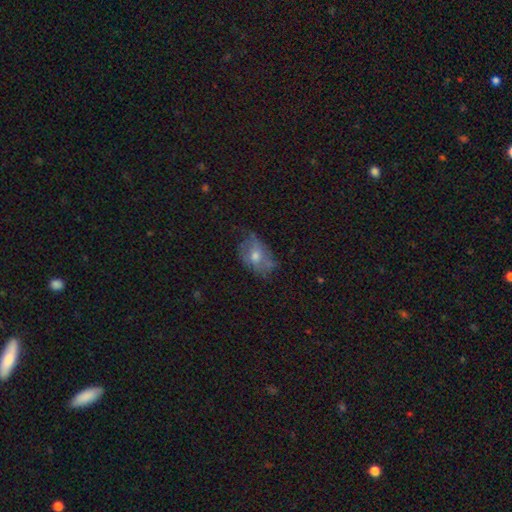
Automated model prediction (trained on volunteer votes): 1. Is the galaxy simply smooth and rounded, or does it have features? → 50% smooth, 40% featured or disk, 10% star or artifact.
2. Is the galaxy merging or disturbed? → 52% none, 32% minor disturbance, 14% major disturbance, 3% merger.